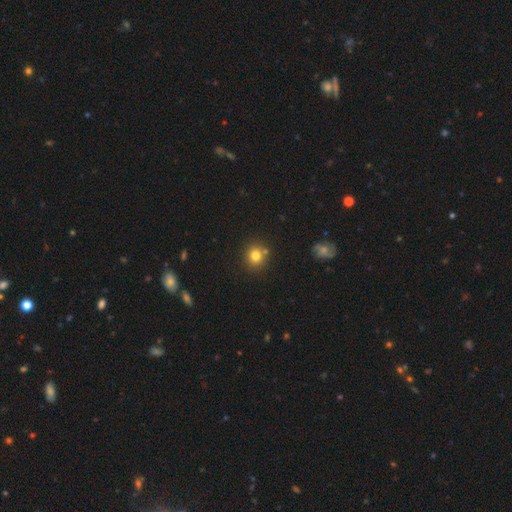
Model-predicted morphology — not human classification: This is likely a smooth galaxy (78%). How rounded: clearly round (87%). Merging: likely none (79%).